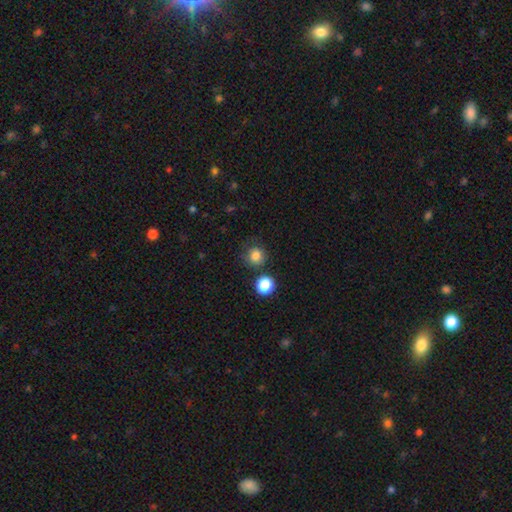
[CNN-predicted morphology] Smooth or featured? Predicted: smooth (p=0.82). How rounded? Predicted: round (p=0.92). Merging? Predicted: none (p=0.78).